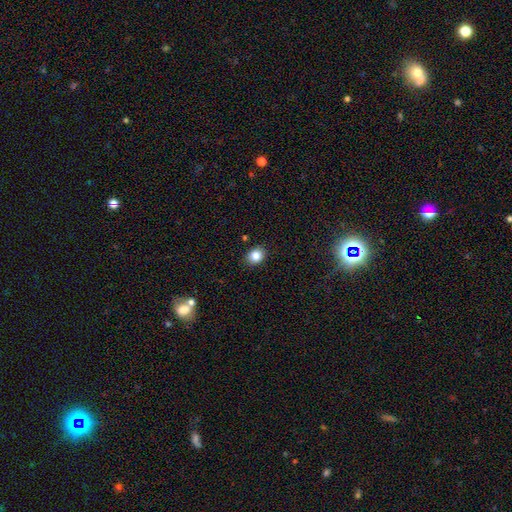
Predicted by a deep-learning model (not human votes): Smooth or featured?
  - smooth: 84% *
  - star or artifact: 10%
  - featured or disk: 6%
How rounded?
  - round: 50% *
  - in between: 49%
  - cigar-shaped: 1%
Merging?
  - none: 88% *
  - minor disturbance: 8%
  - major disturbance: 2%
  - merger: 2%